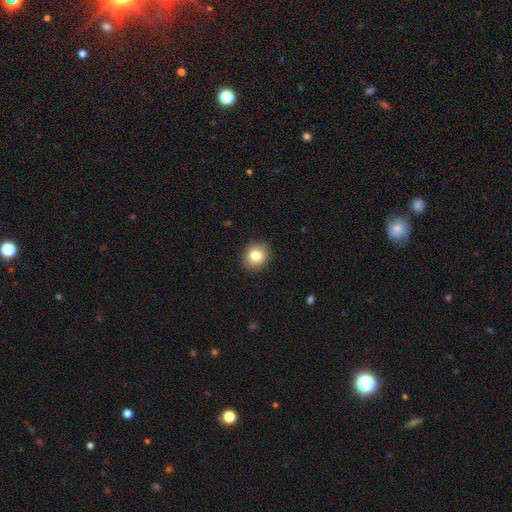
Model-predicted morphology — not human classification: A smooth galaxy with no disk features (82%) that is round (78%).

Vote fractions:
- Smooth or featured? smooth: 82% / star or artifact: 10% / featured or disk: 8%
- How rounded? round: 78% / in between: 21% / cigar-shaped: 1%
- Merging? none: 91% / minor disturbance: 7% / major disturbance: 2% / merger: 1%